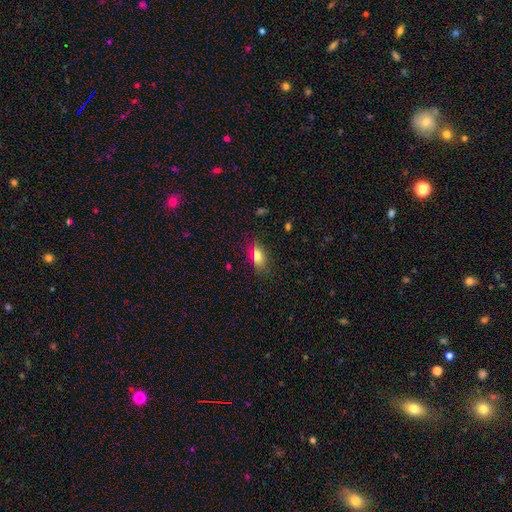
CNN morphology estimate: Smooth or featured? smooth (75%)
How rounded? in between (82%)
Merging? none (82%)